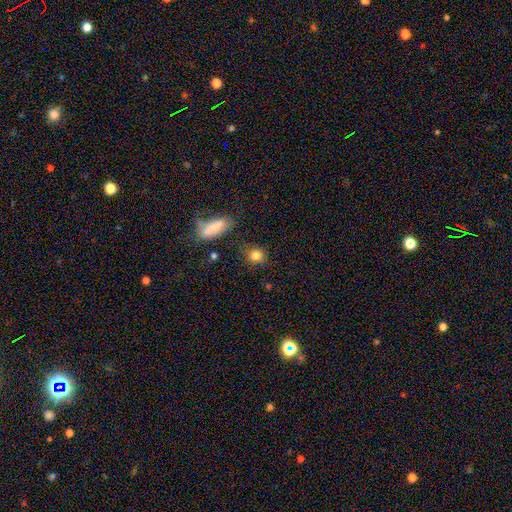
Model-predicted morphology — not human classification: type=smooth (82%); roundness=round (73%); merging=none (80%).